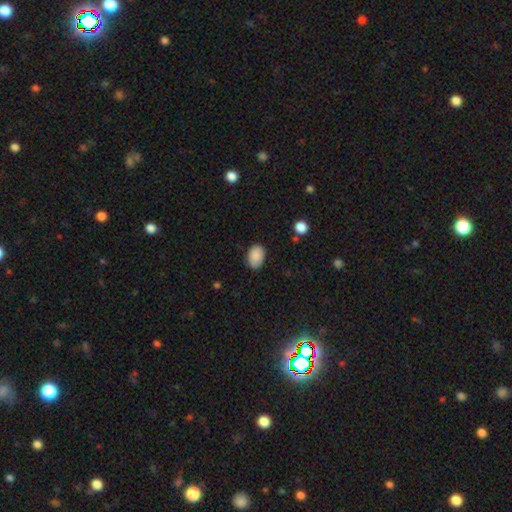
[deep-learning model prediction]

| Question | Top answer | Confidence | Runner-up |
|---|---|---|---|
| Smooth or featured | smooth | 89% | star or artifact (7%) |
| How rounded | in between | 85% | round (14%) |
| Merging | none | 82% | minor disturbance (14%) |